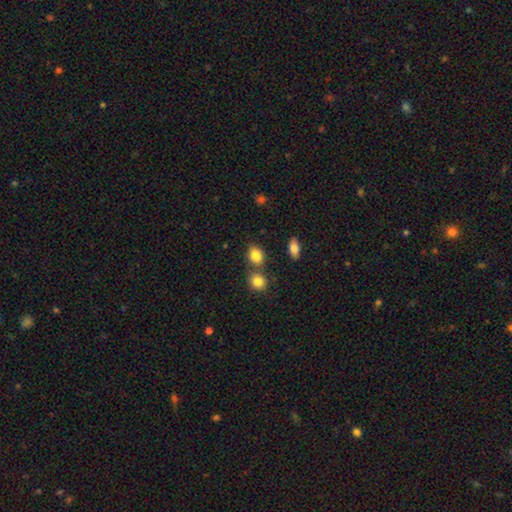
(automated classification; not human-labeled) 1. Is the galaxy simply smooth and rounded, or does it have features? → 84% smooth, 9% star or artifact, 6% featured or disk.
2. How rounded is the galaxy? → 56% in between, 42% round, 1% cigar-shaped.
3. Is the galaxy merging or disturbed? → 64% none, 21% merger, 11% minor disturbance, 3% major disturbance.